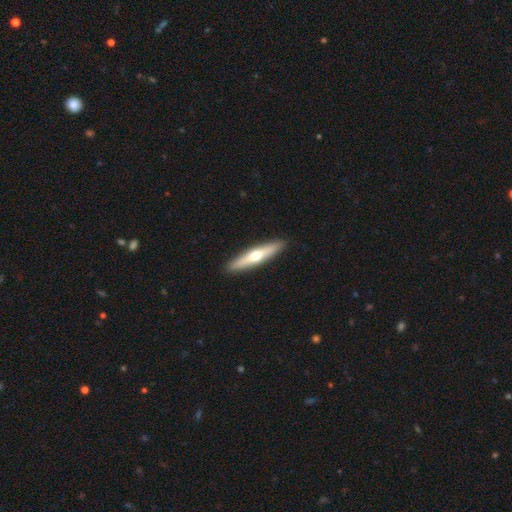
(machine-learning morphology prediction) A featured or disk galaxy (51%) viewed edge-on (93%).

Vote fractions:
- Smooth or featured? featured or disk: 51% / smooth: 44% / star or artifact: 5%
- Edge-on disk? yes: 93% / no: 7%
- Merging? none: 92% / minor disturbance: 6% / major disturbance: 1% / merger: 1%